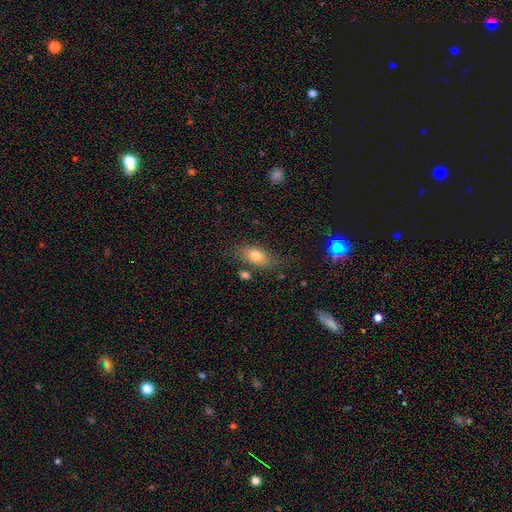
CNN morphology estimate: smooth 76%, featured or disk 15%, star or artifact 8%. Down the decision tree: how rounded — in between (86%); merging — none (67%).